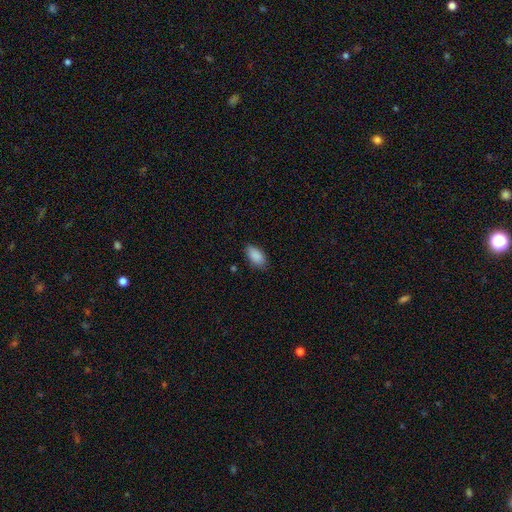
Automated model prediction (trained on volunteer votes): Overall: smooth (89%). How rounded: in between (93%). Merging: none (80%).